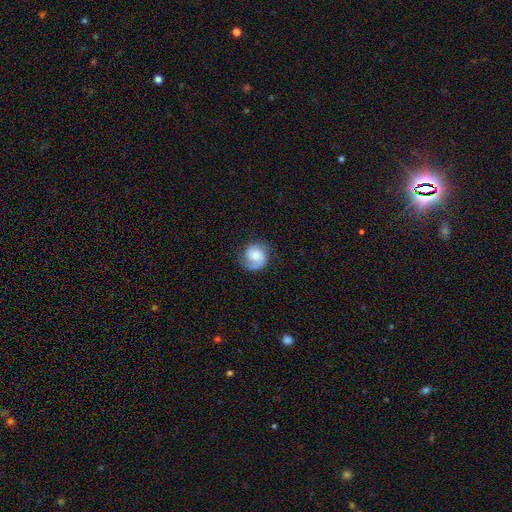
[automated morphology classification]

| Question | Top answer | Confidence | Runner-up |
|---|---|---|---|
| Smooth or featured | featured or disk | 57% | smooth (35%) |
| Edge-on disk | no | 98% | yes (2%) |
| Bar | no | 67% | weak (29%) |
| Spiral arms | yes | 93% | no (7%) |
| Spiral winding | tight | 42% | medium (39%) |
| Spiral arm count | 2 | 47% | 1 (42%) |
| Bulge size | moderate | 41% | small (34%) |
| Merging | none | 71% | minor disturbance (19%) |